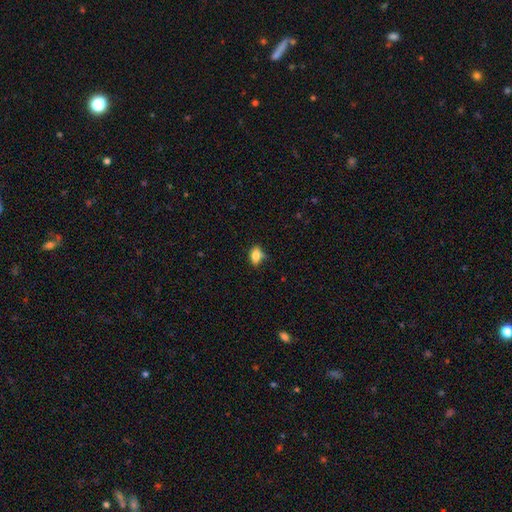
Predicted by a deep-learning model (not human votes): A smooth galaxy with no disk features (80%) that is in between round and cigar-shaped (82%).

Vote fractions:
- Smooth or featured? smooth: 80% / featured or disk: 11% / star or artifact: 9%
- How rounded? in between: 82% / round: 13% / cigar-shaped: 4%
- Merging? none: 59% / minor disturbance: 30% / major disturbance: 7% / merger: 4%